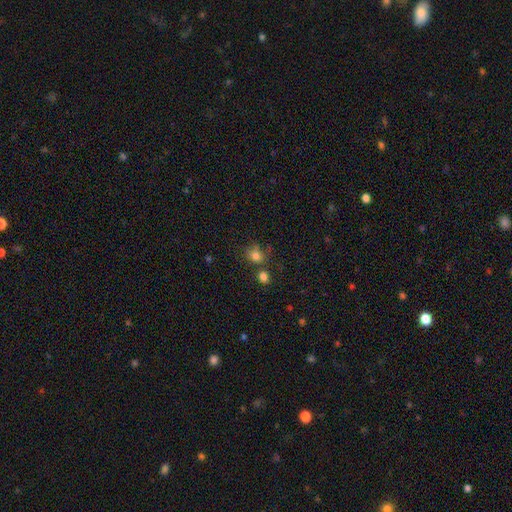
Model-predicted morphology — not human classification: This is likely a smooth galaxy (78%). How rounded: likely round (69%). Merging: possibly none (59%).